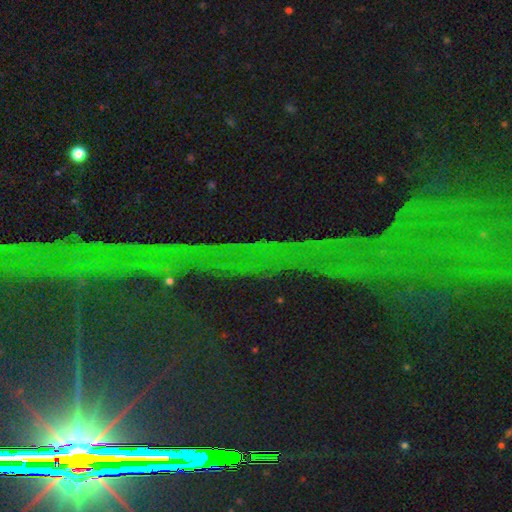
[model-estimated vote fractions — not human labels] A star or artifact, not a galaxy (84%).